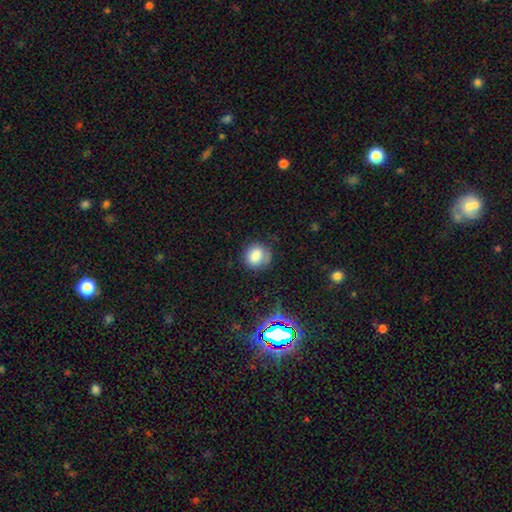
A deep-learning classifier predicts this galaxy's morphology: Smooth or featured? smooth (79%)
How rounded? round (72%)
Merging? none (69%)